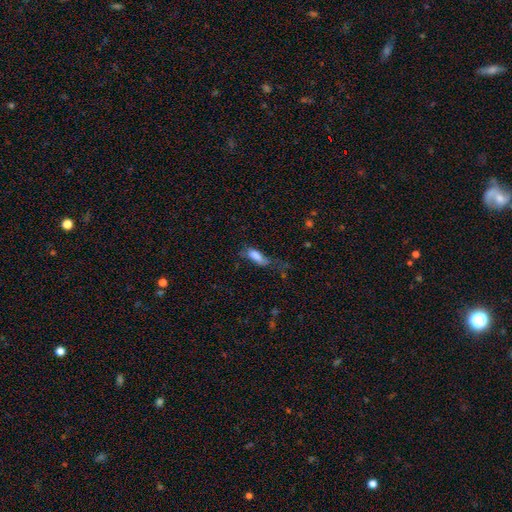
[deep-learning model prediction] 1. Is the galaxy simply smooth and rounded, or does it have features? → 75% smooth, 15% featured or disk, 9% star or artifact.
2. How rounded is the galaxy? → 68% in between, 30% cigar-shaped, 3% round.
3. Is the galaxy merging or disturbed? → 34% major disturbance, 32% none, 29% minor disturbance, 4% merger.